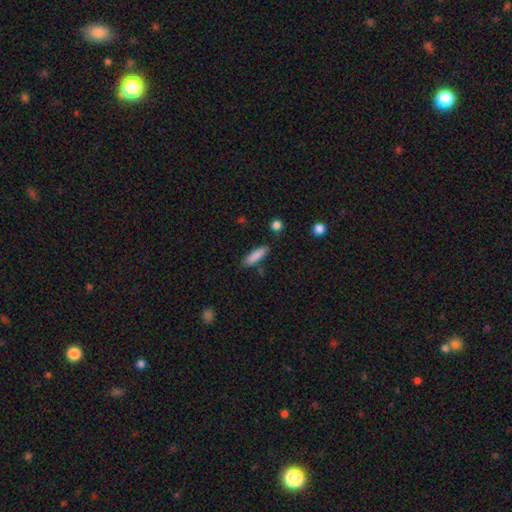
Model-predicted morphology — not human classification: The model was most divided on "how rounded": cigar-shaped: 66%, in between: 32%, round: 2%. More confident: smooth or featured — smooth (86%); merging — none (82%).